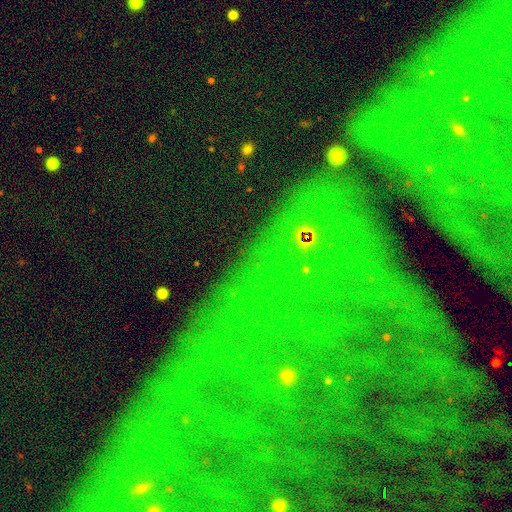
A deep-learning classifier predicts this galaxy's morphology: This appears to be a star or artifact, not a galaxy (80%).